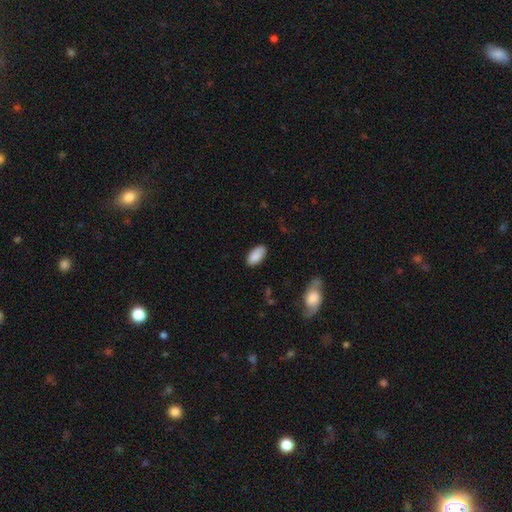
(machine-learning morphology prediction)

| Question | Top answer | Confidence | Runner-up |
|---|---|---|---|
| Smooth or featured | smooth | 86% | featured or disk (7%) |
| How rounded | in between | 95% | cigar-shaped (3%) |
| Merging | none | 84% | minor disturbance (12%) |